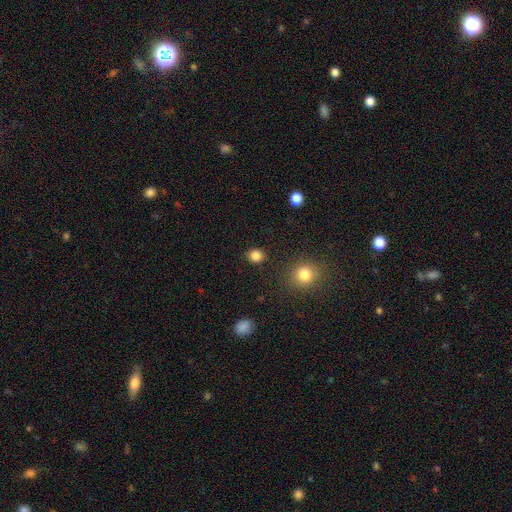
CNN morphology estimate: Smooth or featured?
  - smooth: 84% *
  - star or artifact: 12%
  - featured or disk: 4%
How rounded?
  - round: 79% *
  - in between: 20%
  - cigar-shaped: 1%
Merging?
  - none: 88% *
  - minor disturbance: 8%
  - major disturbance: 3%
  - merger: 2%